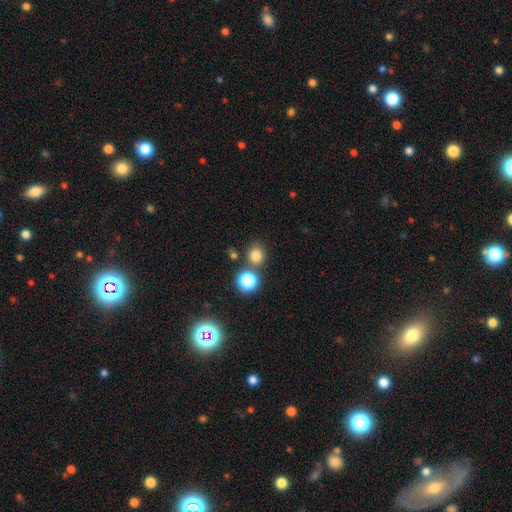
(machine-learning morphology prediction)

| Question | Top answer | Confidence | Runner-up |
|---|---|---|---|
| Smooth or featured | smooth | 76% | star or artifact (18%) |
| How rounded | round | 86% | in between (13%) |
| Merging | none | 75% | merger (14%) |